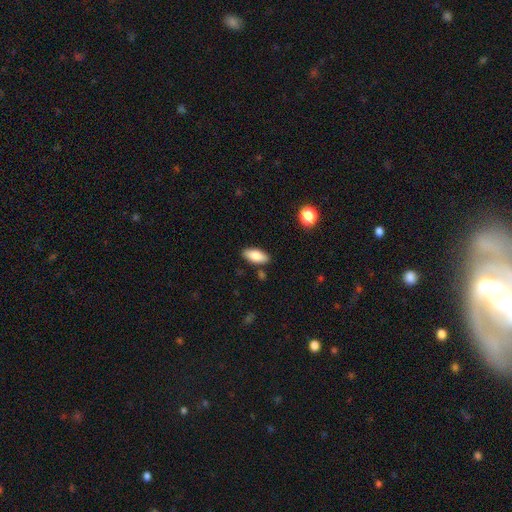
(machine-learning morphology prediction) smooth 83%, featured or disk 10%, star or artifact 7%. Down the decision tree: how rounded — in between (85%); merging — none (85%).